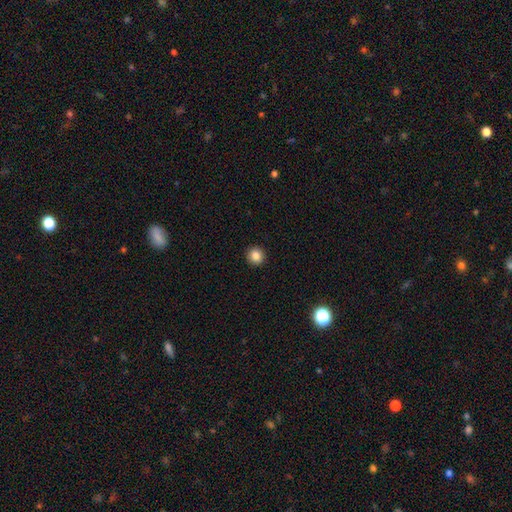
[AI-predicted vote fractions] Q: Smooth or featured?
A: smooth (85%); runner-up: star or artifact (10%)
Q: How rounded?
A: round (92%); runner-up: in between (7%)
Q: Merging?
A: none (93%); runner-up: minor disturbance (4%)